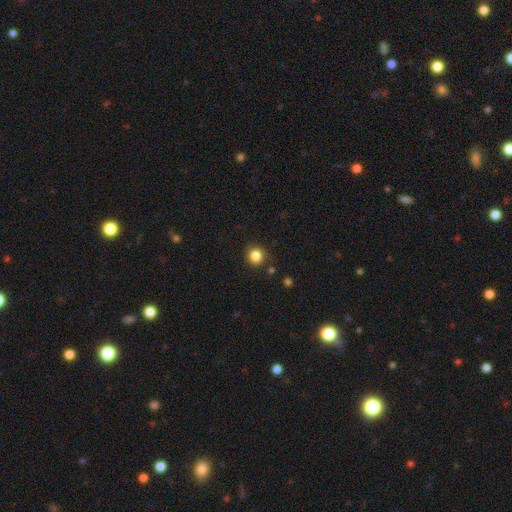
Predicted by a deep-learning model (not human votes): A smooth galaxy with no disk features (84%) that is round (89%).

Vote fractions:
- Smooth or featured? smooth: 84% / star or artifact: 12% / featured or disk: 4%
- How rounded? round: 89% / in between: 10% / cigar-shaped: 1%
- Merging? none: 88% / minor disturbance: 8% / major disturbance: 2% / merger: 2%